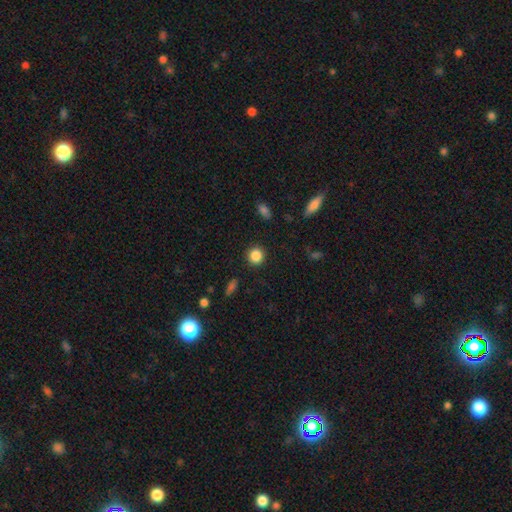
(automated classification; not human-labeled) Overall: smooth (86%). How rounded: round (91%). Merging: none (91%).